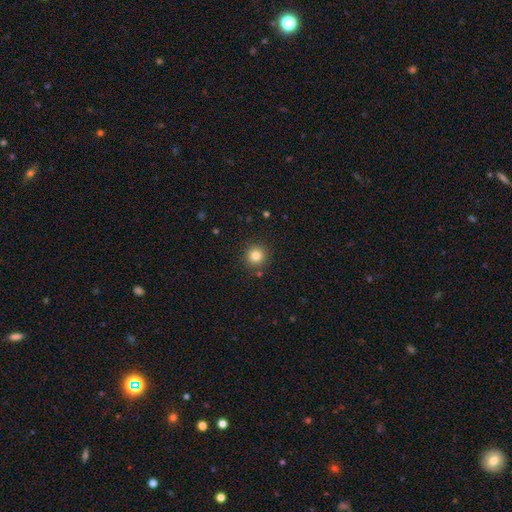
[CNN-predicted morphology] smooth-or-featured: smooth: 82% | star or artifact: 12% | featured or disk: 6%
  how-rounded: round: 94% | in between: 5% | cigar-shaped: 1%
  merging: none: 88% | minor disturbance: 7% | merger: 3% | major disturbance: 2%